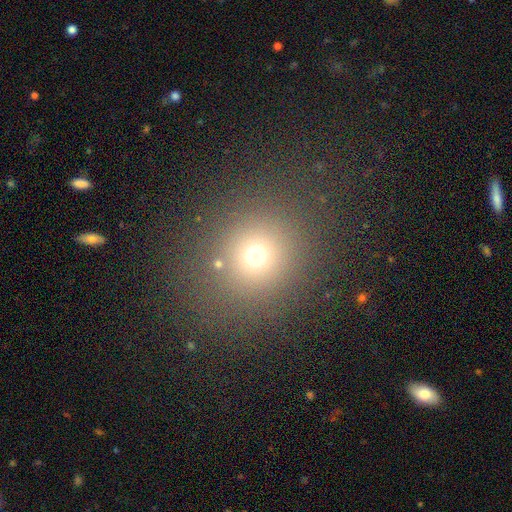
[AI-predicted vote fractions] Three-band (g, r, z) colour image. It shows a smooth galaxy with no disk features (68%) that is round (85%). Merging: none (82%).